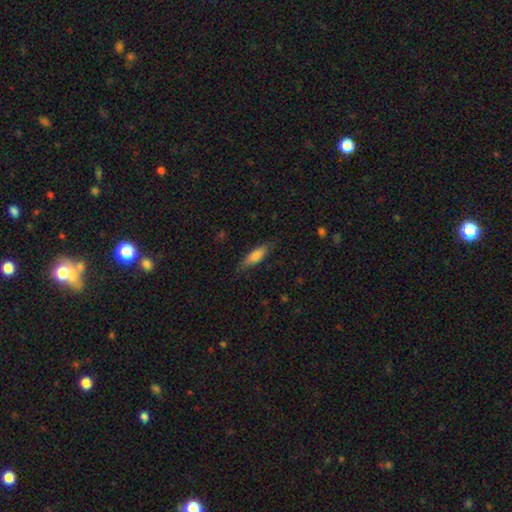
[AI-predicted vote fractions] Smooth or featured? Predicted: smooth (p=0.76). How rounded? Predicted: cigar-shaped (p=0.55). Merging? Predicted: none (p=0.80).